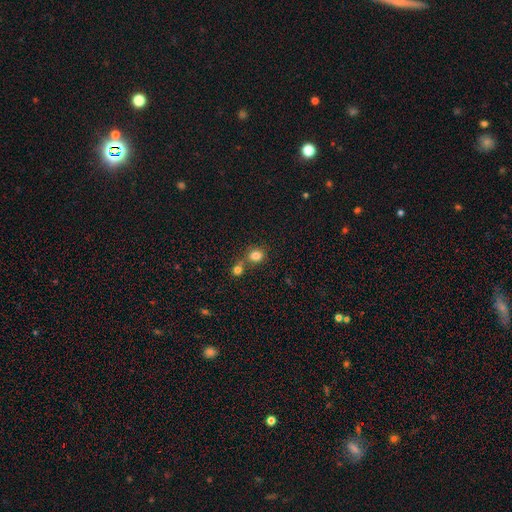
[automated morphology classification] smooth 81%, star or artifact 12%, featured or disk 7%. Down the decision tree: how rounded — round (70%); merging — none (53%).